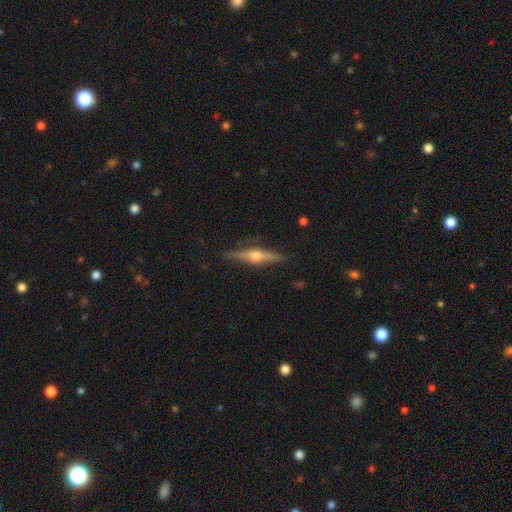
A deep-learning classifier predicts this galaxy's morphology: Smooth or featured: featured or disk — 76% (smooth — 17%)
Edge-on disk: yes — 98% (no — 2%)
Edge-on bulge: rounded — 93% (boxy — 4%)
Merging: none — 88% (minor disturbance — 9%)